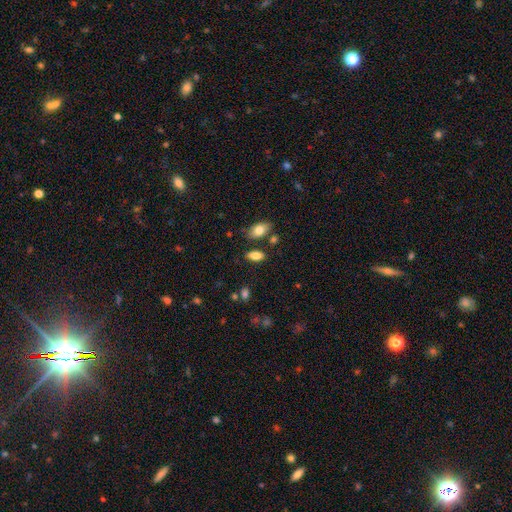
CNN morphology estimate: Smooth or featured: smooth — 82% (featured or disk — 10%)
How rounded: in between — 89% (cigar-shaped — 8%)
Merging: none — 79% (minor disturbance — 11%)